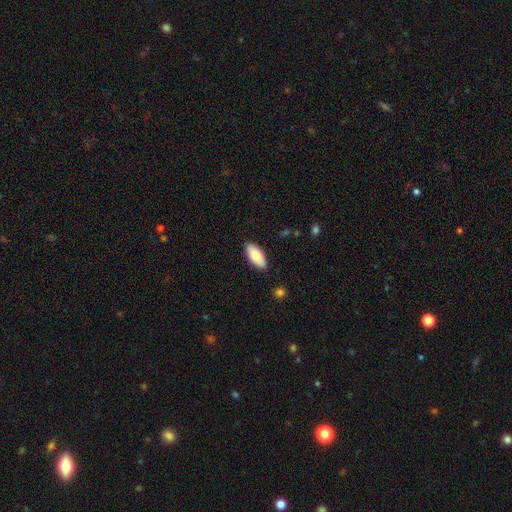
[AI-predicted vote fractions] Smooth or featured: smooth — 80% (featured or disk — 14%)
How rounded: in between — 89% (cigar-shaped — 9%)
Merging: none — 88% (minor disturbance — 9%)